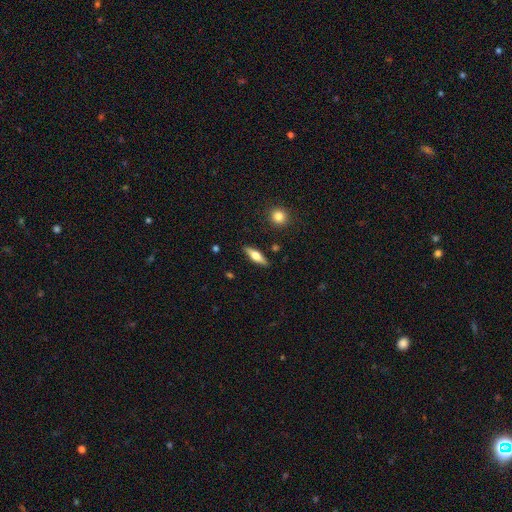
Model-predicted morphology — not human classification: Smooth or featured?
  - smooth: 47% * (tied)
  - featured or disk: 47% * (tied)
  - star or artifact: 6%
Merging?
  - none: 88% *
  - minor disturbance: 8%
  - major disturbance: 2%
  - merger: 2%